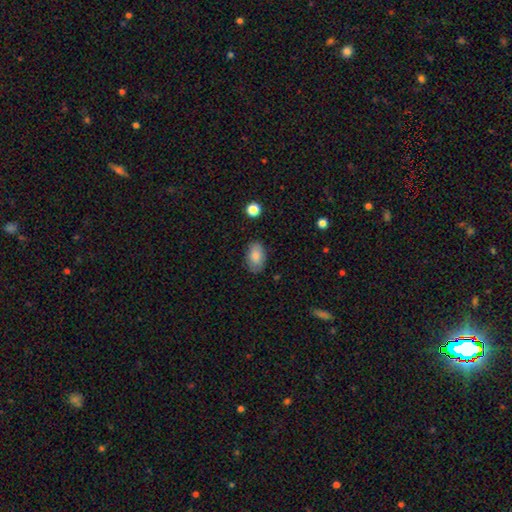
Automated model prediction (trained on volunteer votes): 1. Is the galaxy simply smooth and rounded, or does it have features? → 84% smooth, 9% featured or disk, 7% star or artifact.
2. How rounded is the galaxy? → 91% in between, 7% round, 1% cigar-shaped.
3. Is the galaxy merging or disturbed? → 83% none, 13% minor disturbance, 3% major disturbance, 1% merger.